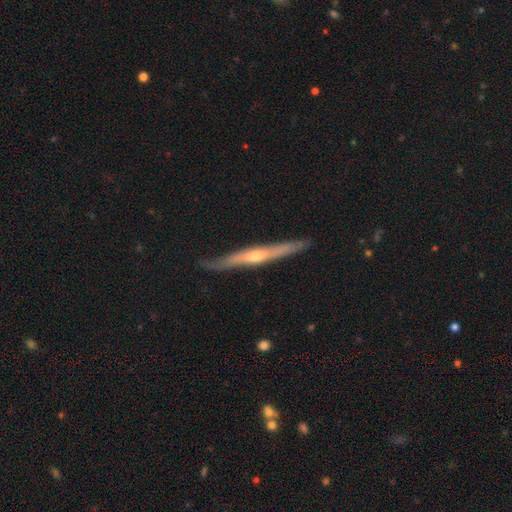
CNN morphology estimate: Smooth or featured?
  - featured or disk: 69% *
  - smooth: 26%
  - star or artifact: 5%
Edge-on disk?
  - yes: 96% *
  - no: 4%
Edge-on bulge?
  - rounded: 73% *
  - none: 21%
  - boxy: 5%
Merging?
  - none: 83% *
  - minor disturbance: 13%
  - major disturbance: 2%
  - merger: 1%